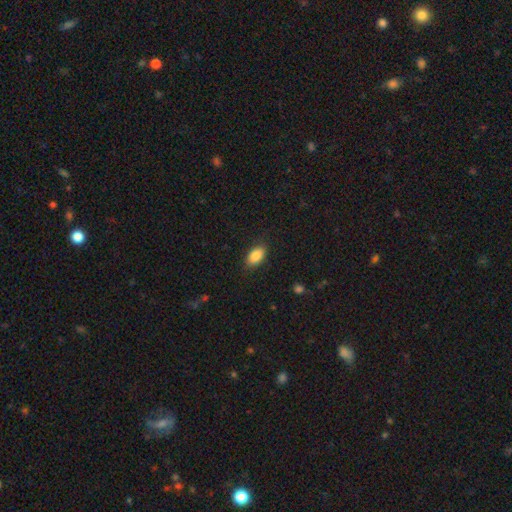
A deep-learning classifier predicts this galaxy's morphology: Smooth or featured: smooth — 87% (star or artifact — 7%)
How rounded: in between — 91% (round — 6%)
Merging: none — 84% (minor disturbance — 12%)